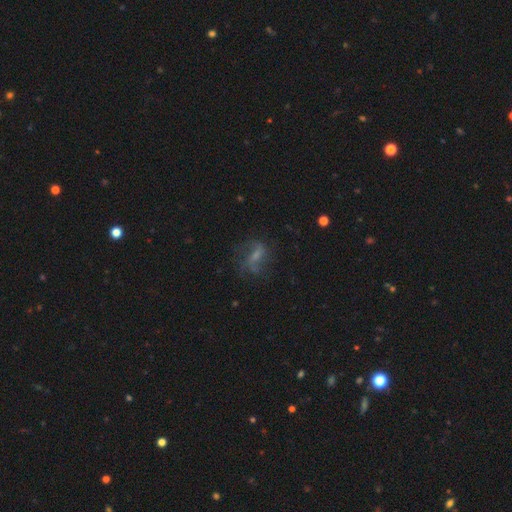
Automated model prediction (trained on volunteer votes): A featured or disk galaxy (56%) with a weak bar (45%), spiral arms (74%) and a small central bulge (42%). Merging: none (56%).